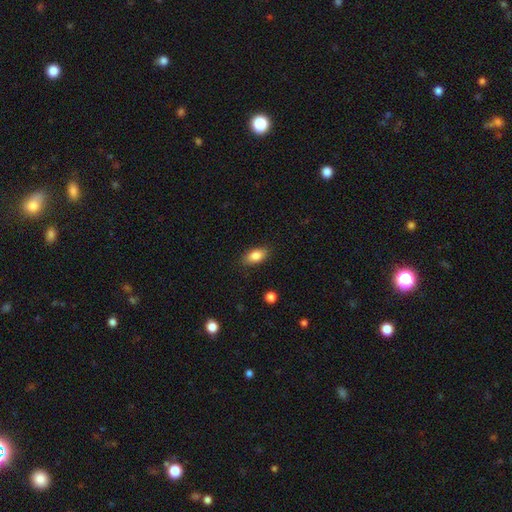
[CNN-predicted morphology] smooth 84%, featured or disk 8%, star or artifact 8%. Down the decision tree: how rounded — in between (89%); merging — none (86%).